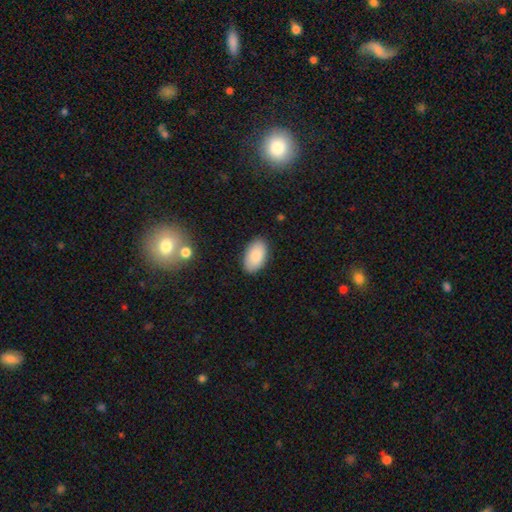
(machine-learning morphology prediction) A smooth galaxy with no disk features (86%) that is in between round and cigar-shaped (94%). Merging: none (87%).